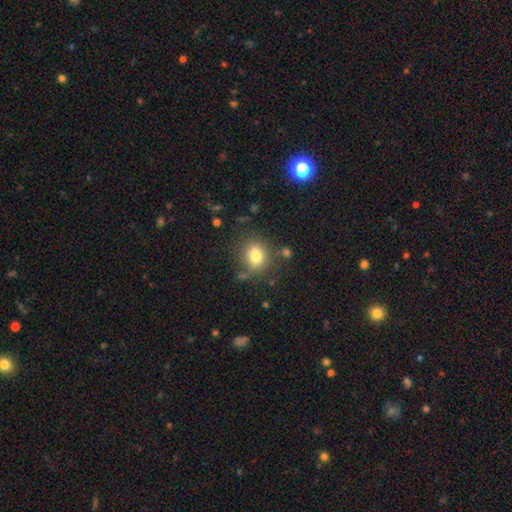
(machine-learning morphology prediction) Q: Smooth or featured?
A: smooth (80%); runner-up: star or artifact (11%)
Q: How rounded?
A: round (62%); runner-up: in between (37%)
Q: Merging?
A: none (77%); runner-up: minor disturbance (13%)